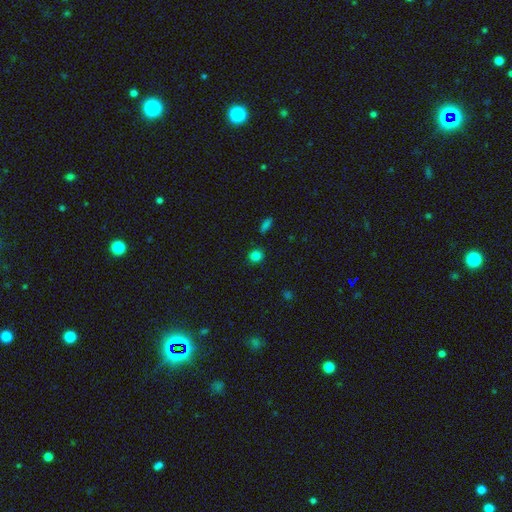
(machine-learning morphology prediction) Smooth or featured: smooth — 83% (star or artifact — 12%)
How rounded: round — 83% (in between — 16%)
Merging: none — 87% (minor disturbance — 8%)